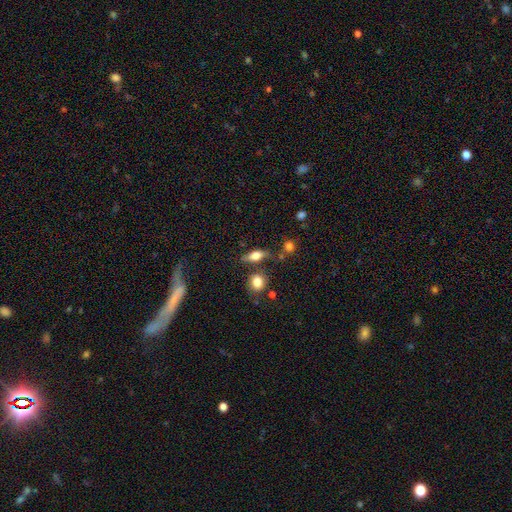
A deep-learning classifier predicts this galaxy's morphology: smooth 62%, featured or disk 28%, star or artifact 10%. Down the decision tree: how rounded — in between (64%); merging — none (70%).